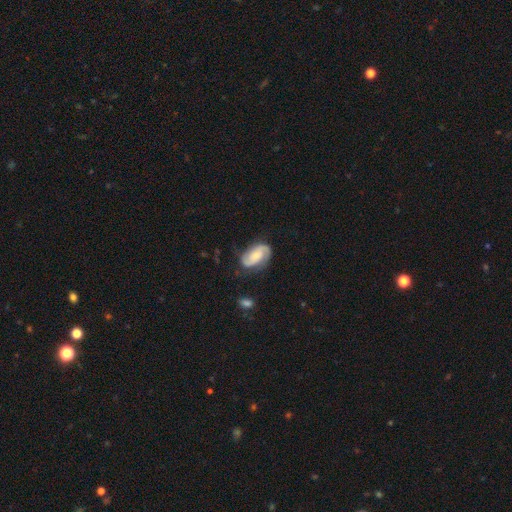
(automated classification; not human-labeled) Smooth or featured? featured or disk (77%)
Edge-on disk? no (97%)
Bar? no (53%)
Spiral arms? yes (96%)
Spiral winding? medium (46%)
Spiral arm count? 2 (90%)
Bulge size? small (37%)
Merging? none (73%)